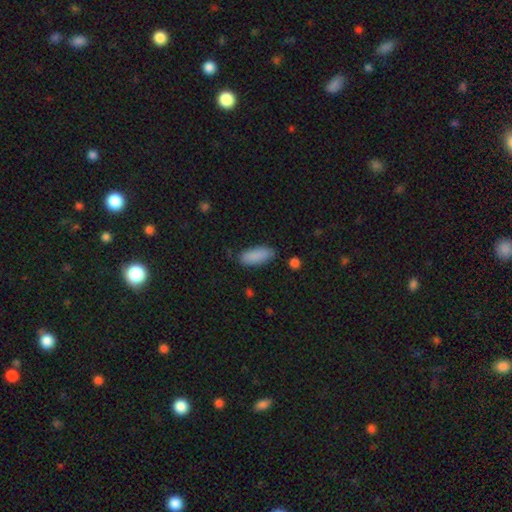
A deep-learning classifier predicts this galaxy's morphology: smooth 89%, star or artifact 7%, featured or disk 5%. Down the decision tree: how rounded — in between (80%); merging — none (80%).